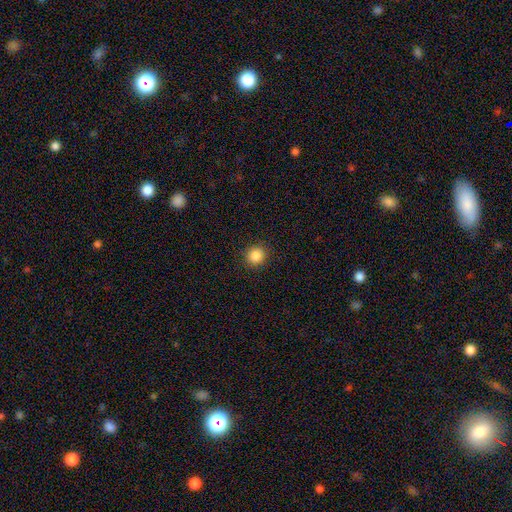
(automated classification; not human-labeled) This appears to be a smooth galaxy with no disk features (86%) that is round (85%). Merging: none (91%).